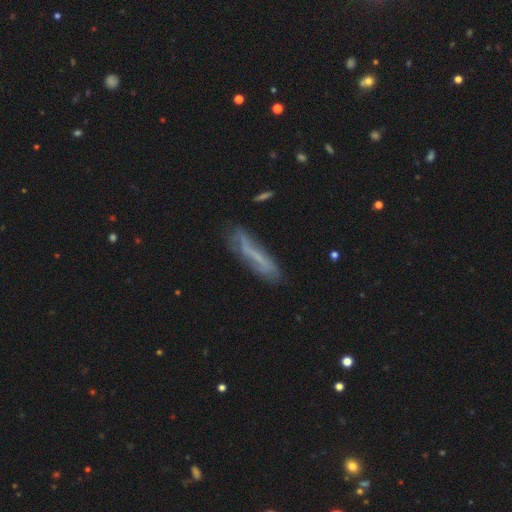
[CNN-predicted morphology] Smooth or featured? featured or disk (48%)
Merging? none (64%)